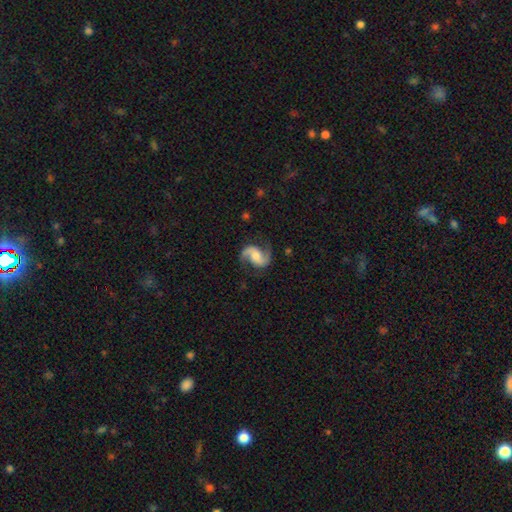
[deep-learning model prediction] The model was most divided on "spiral winding": loose: 45%, medium: 44%, tight: 11%. Remaining: edge-on disk — no (98%); spiral arms — yes (98%); spiral arm count — 2 (94%); smooth or featured — featured or disk (88%); merging — none (80%); bulge size — moderate (56%); bar — no (46%).